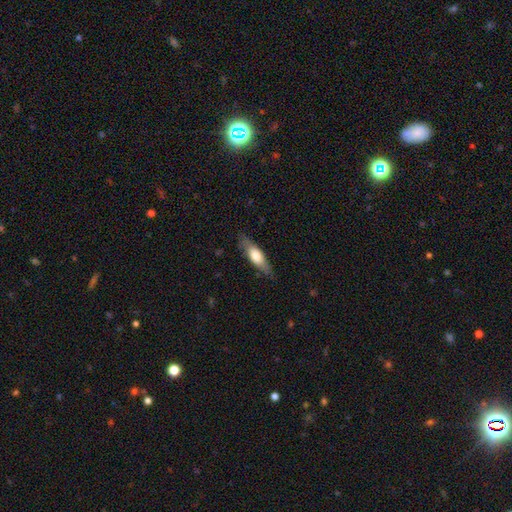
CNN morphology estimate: The model was most divided on "how rounded": cigar-shaped: 52%, in between: 46%, round: 2%. More confident: merging — none (80%); smooth or featured — smooth (59%).